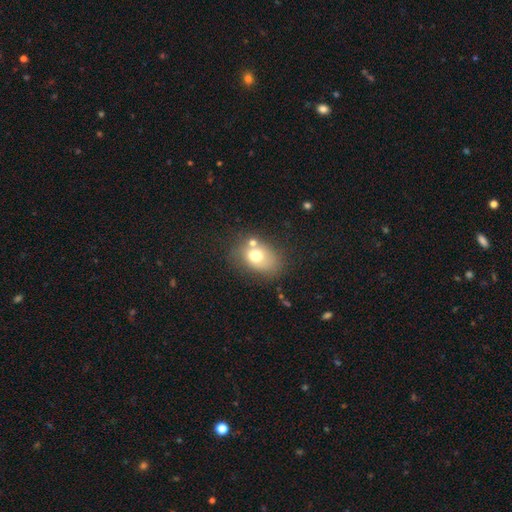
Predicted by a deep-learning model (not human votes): This appears to be a smooth galaxy with no disk features (69%) that is in between round and cigar-shaped (64%). Merging: none (56%).